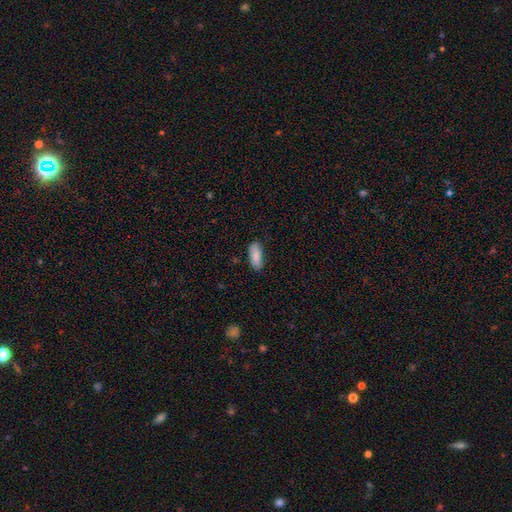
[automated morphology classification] This appears to be a smooth galaxy with no disk features (85%) that is in between round and cigar-shaped (78%). Merging: none (83%).